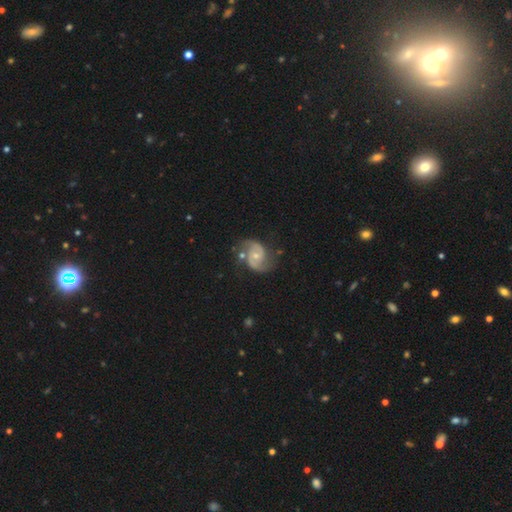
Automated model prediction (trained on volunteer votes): This is clearly a featured or disk galaxy (84%). It is clearly not viewed edge-on (98%). Bar: possibly no (58%). Spiral arm pattern: clearly yes (95%). Spiral arm count: clearly 2 (90%). Spiral winding: possibly medium (54%). Central bulge: possibly small (51%). Merging: likely none (64%).